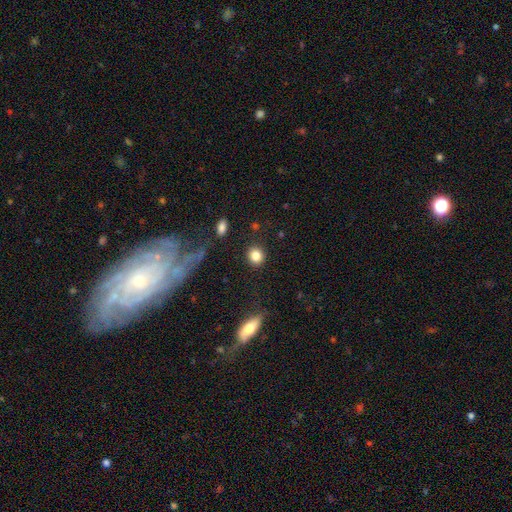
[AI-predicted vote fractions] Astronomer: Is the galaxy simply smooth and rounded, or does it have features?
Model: smooth — 85%.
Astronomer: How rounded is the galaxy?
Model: round — 81%.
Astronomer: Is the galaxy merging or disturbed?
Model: none — 88%.